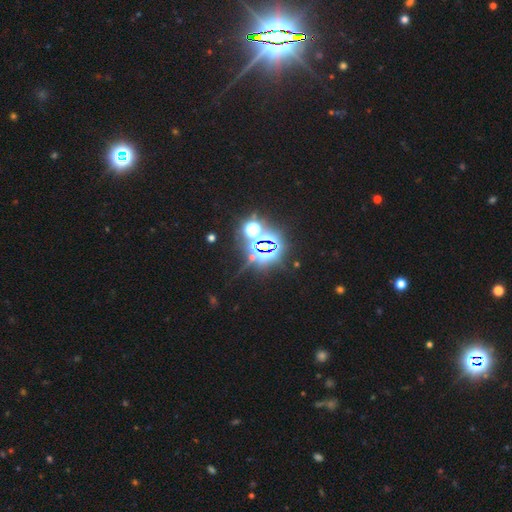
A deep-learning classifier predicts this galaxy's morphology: Smooth or featured: star or artifact — 82% (smooth — 10%)